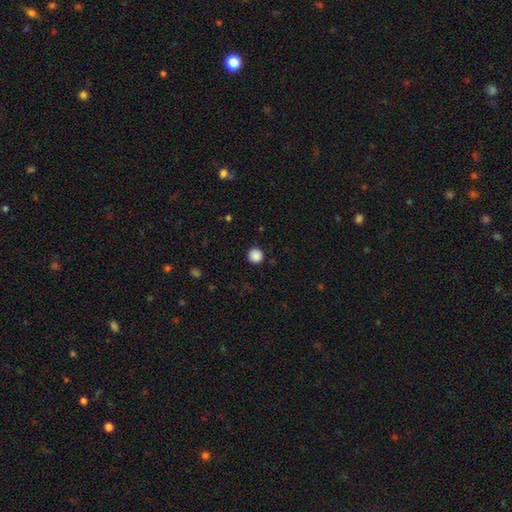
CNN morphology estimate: This is clearly a smooth galaxy (88%). How rounded: clearly round (95%). Merging: clearly none (91%).